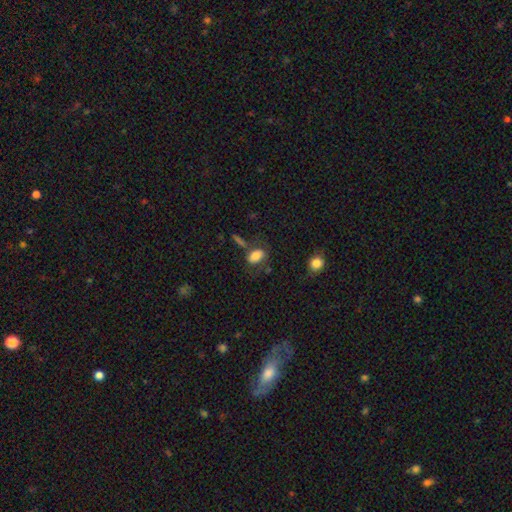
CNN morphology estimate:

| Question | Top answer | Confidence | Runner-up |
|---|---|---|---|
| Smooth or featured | smooth | 79% | featured or disk (12%) |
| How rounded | in between | 86% | round (12%) |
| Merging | none | 59% | minor disturbance (19%) |